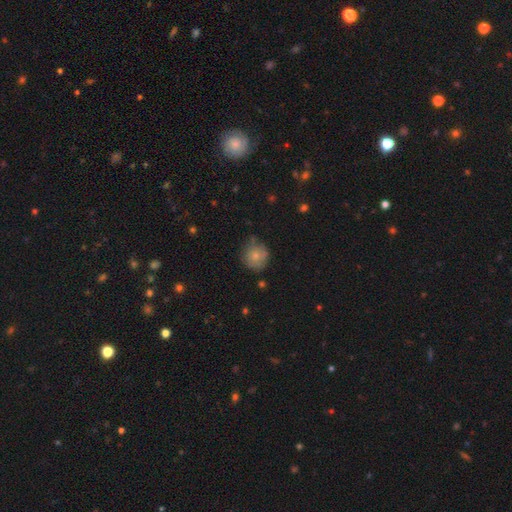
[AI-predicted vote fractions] Q: Smooth or featured?
A: smooth (73%); runner-up: featured or disk (19%)
Q: How rounded?
A: round (90%); runner-up: in between (9%)
Q: Merging?
A: none (66%); runner-up: minor disturbance (25%)